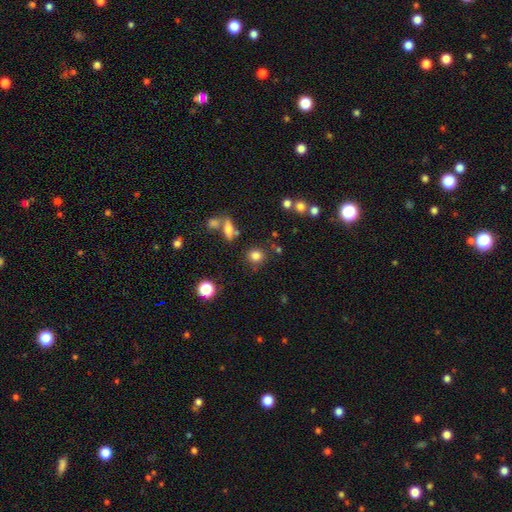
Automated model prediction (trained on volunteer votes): A smooth galaxy with no disk features (81%) that is round (85%). Merging: none (79%).